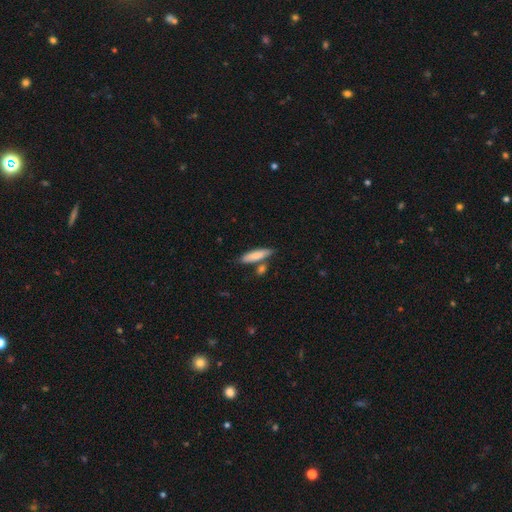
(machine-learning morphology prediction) This is clearly a smooth galaxy (81%). How rounded: likely cigar-shaped (69%). Merging: likely none (71%).